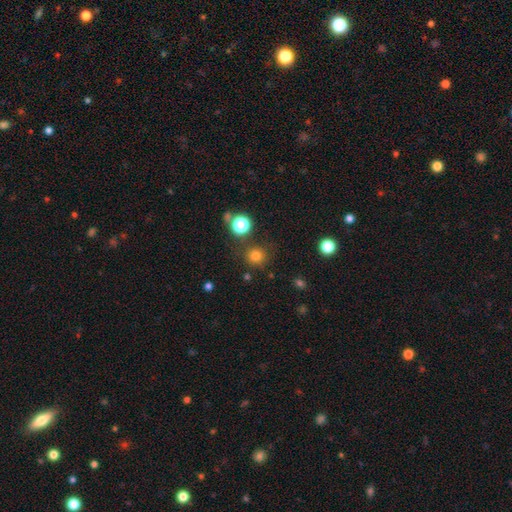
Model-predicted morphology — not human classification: The model was most divided on "smooth or featured": smooth: 77%, star or artifact: 18%, featured or disk: 6%. More confident: how rounded — round (93%); merging — none (82%).